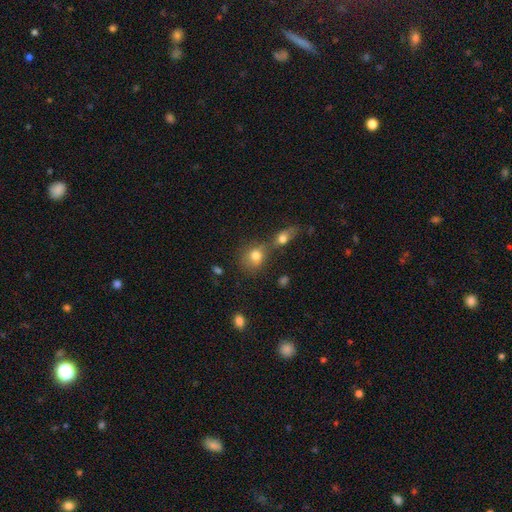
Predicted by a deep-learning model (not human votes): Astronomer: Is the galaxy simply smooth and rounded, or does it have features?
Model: smooth — 78%.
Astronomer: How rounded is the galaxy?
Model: round — 66%.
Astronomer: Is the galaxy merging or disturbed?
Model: none — 43% (runner-up: merger, 38%).